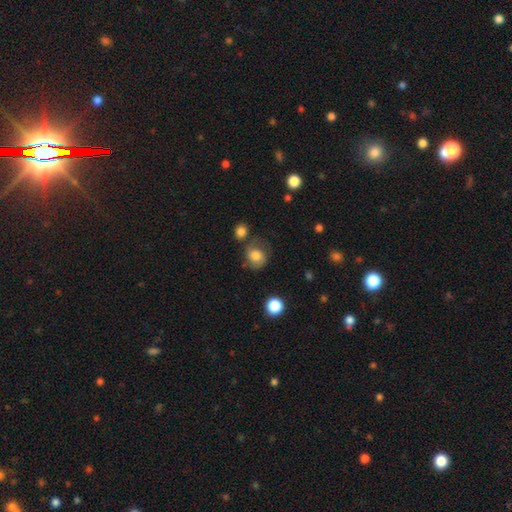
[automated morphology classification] This appears to be a smooth galaxy with no disk features (58%) that is round (73%). Merging: none (58%).